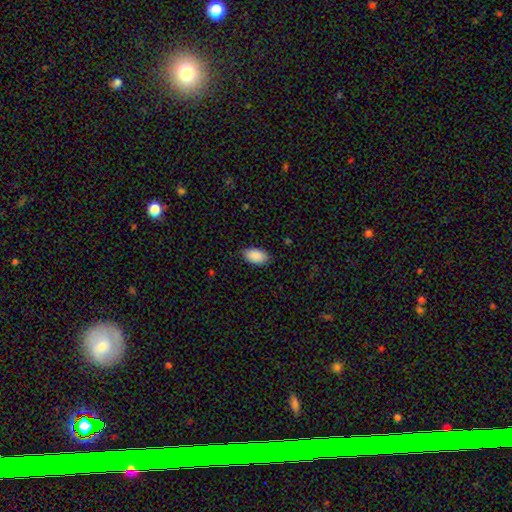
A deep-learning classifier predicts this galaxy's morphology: A smooth galaxy with no disk features (90%) that is in between round and cigar-shaped (95%).

Vote fractions:
- Smooth or featured? smooth: 90% / star or artifact: 6% / featured or disk: 3%
- How rounded? in between: 95% / round: 3% / cigar-shaped: 2%
- Merging? none: 85% / minor disturbance: 12% / major disturbance: 2% / merger: 1%